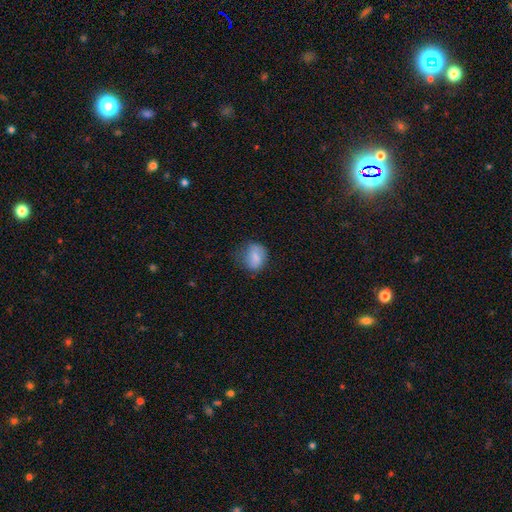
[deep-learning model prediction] Morphology: type=smooth (79%); roundness=round (53%); merging=none (54%).